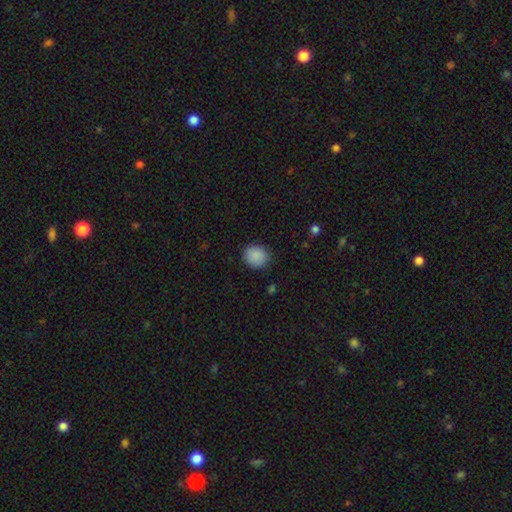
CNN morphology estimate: type=smooth (88%); roundness=round (72%); merging=none (85%).